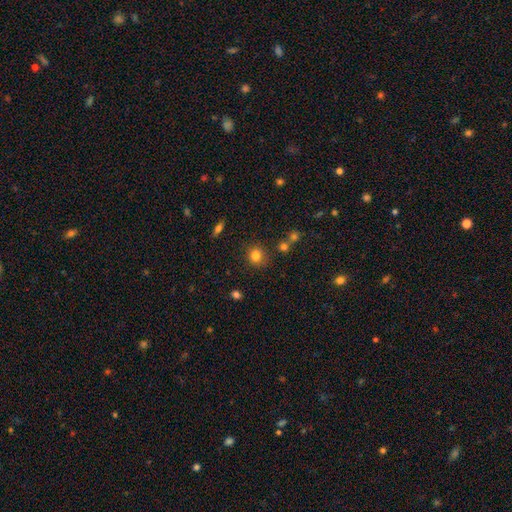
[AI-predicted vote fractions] A smooth galaxy with no disk features (81%) that is round (84%). Merging: none (82%).